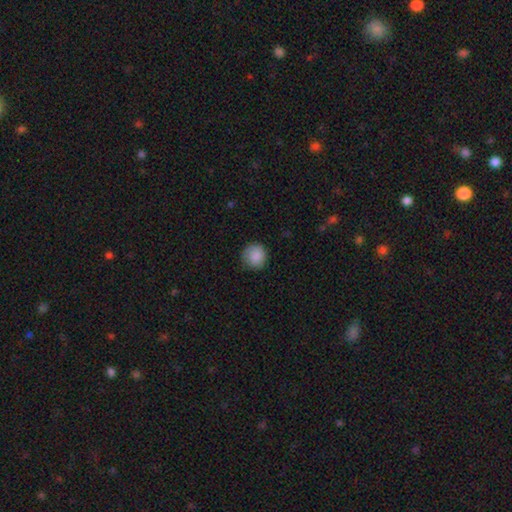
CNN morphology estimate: smooth-or-featured: smooth: 87% | star or artifact: 8% | featured or disk: 6%
  how-rounded: round: 90% | in between: 9% | cigar-shaped: 1%
  merging: none: 80% | minor disturbance: 15% | major disturbance: 4% | merger: 1%